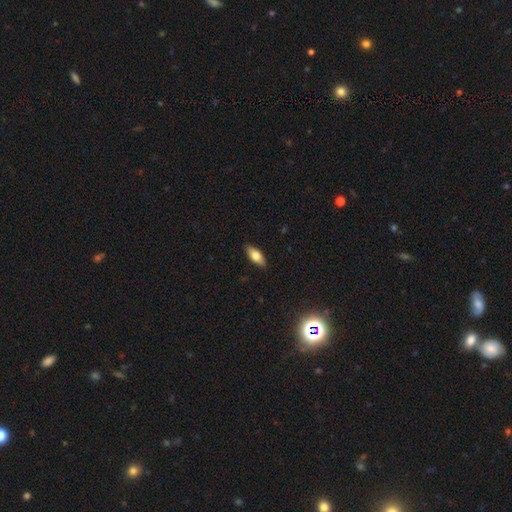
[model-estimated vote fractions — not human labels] This appears to be a smooth galaxy with no disk features (71%) that is in between round and cigar-shaped (80%). Merging: none (88%).